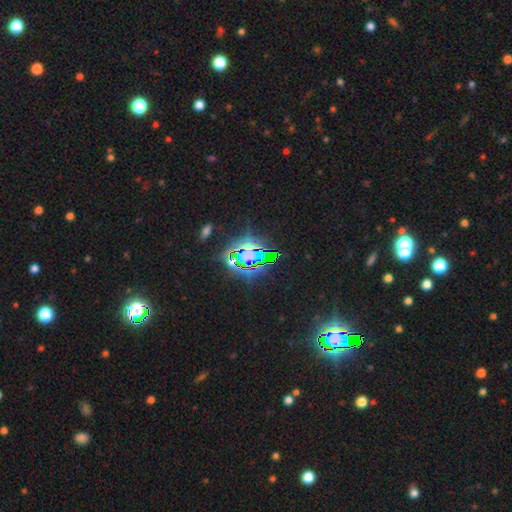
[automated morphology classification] star or artifact 74%, smooth 14%, featured or disk 12%.